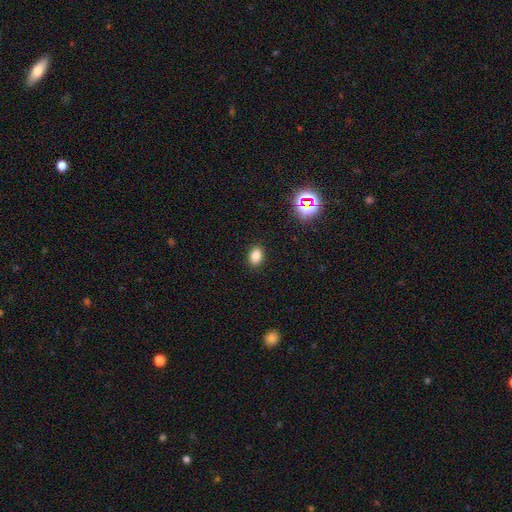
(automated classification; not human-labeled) A smooth galaxy with no disk features (82%) that is in between round and cigar-shaped (77%).

Vote fractions:
- Smooth or featured? smooth: 82% / star or artifact: 13% / featured or disk: 5%
- How rounded? in between: 77% / round: 22% / cigar-shaped: 1%
- Merging? none: 89% / minor disturbance: 7% / major disturbance: 2% / merger: 1%